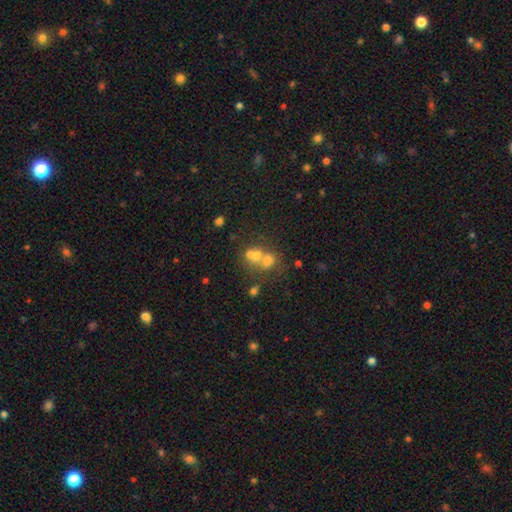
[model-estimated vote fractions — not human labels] This appears to be a smooth galaxy with no disk features (54%) that is round (74%). Merging: merger (58%).